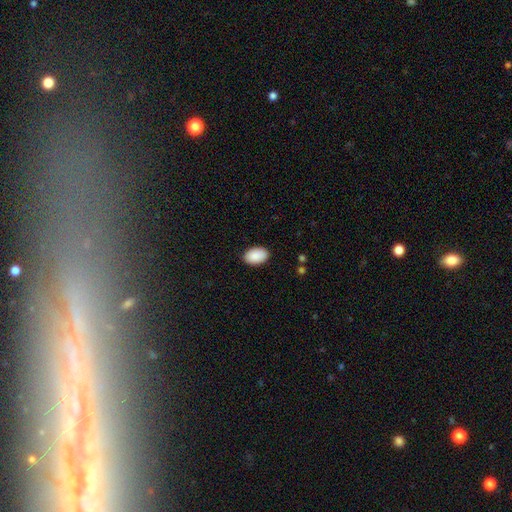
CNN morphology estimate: This appears to be a smooth galaxy with no disk features (90%) that is in between round and cigar-shaped (92%). Merging: none (89%).